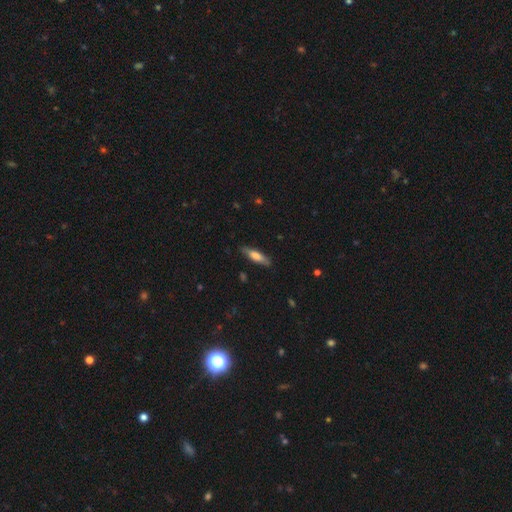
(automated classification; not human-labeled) A smooth galaxy with no disk features (64%) that is cigar-shaped (67%). Merging: none (81%).